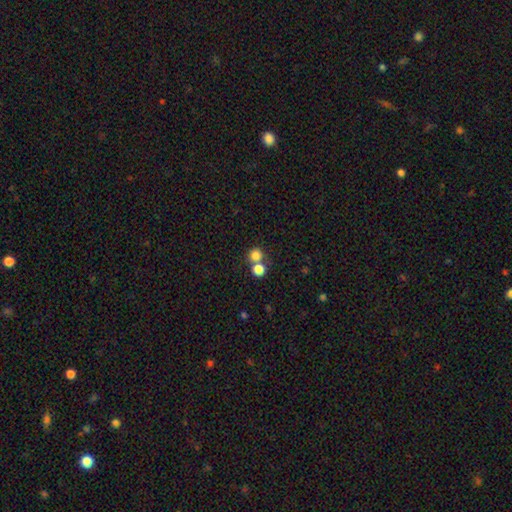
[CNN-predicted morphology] smooth-or-featured: smooth: 80% | star or artifact: 13% | featured or disk: 7%
  how-rounded: round: 90% | in between: 9% | cigar-shaped: 1%
  merging: none: 54% | merger: 37% | minor disturbance: 6% | major disturbance: 3%